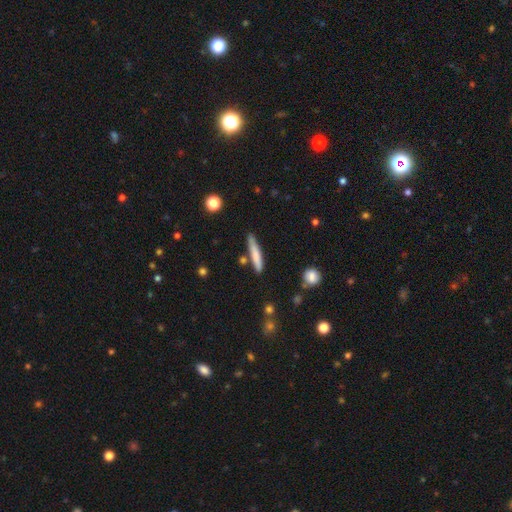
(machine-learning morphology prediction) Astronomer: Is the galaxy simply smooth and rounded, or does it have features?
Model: smooth — 73%.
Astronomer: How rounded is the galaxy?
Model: cigar-shaped — 92%.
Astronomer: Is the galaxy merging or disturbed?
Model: none — 75%.